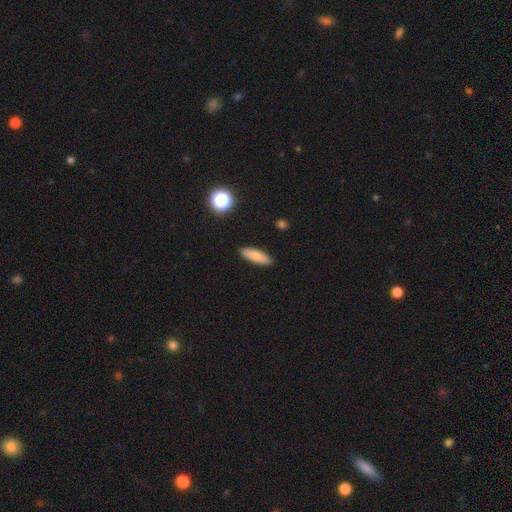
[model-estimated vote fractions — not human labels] Smooth or featured?
  - smooth: 81% *
  - featured or disk: 11%
  - star or artifact: 8%
How rounded?
  - in between: 49% * (tied)
  - cigar-shaped: 49% * (tied)
  - round: 2%
Merging?
  - none: 89% *
  - minor disturbance: 8%
  - major disturbance: 2%
  - merger: 1%